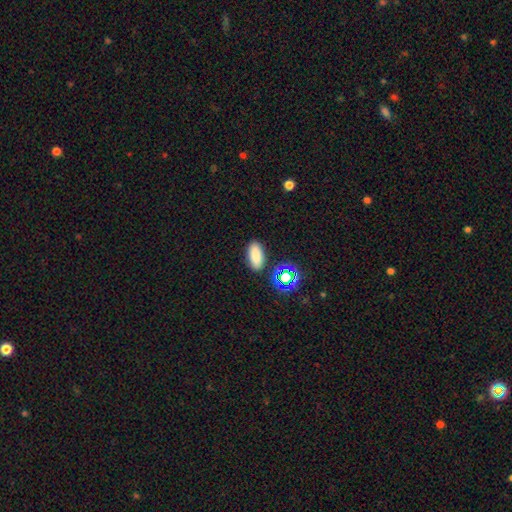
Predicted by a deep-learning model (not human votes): A smooth galaxy with no disk features (81%) that is in between round and cigar-shaped (85%). Merging: none (86%).